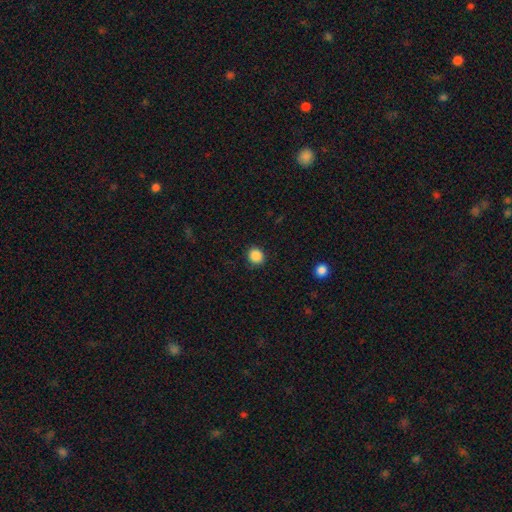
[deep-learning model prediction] This appears to be a smooth galaxy with no disk features (88%) that is round (85%). Merging: none (90%).